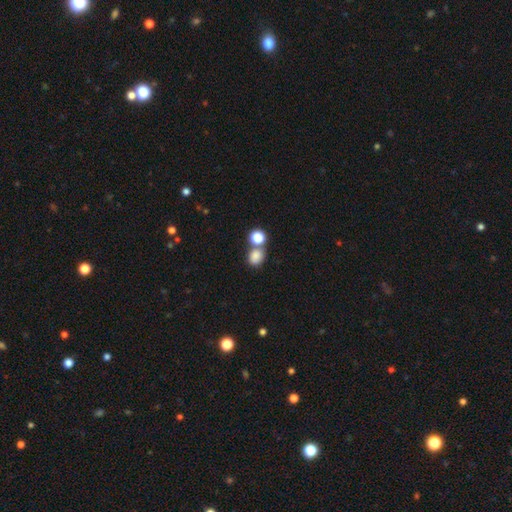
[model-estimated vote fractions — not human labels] This appears to be a smooth galaxy with no disk features (81%) that is round (57%). Merging: none (52%).